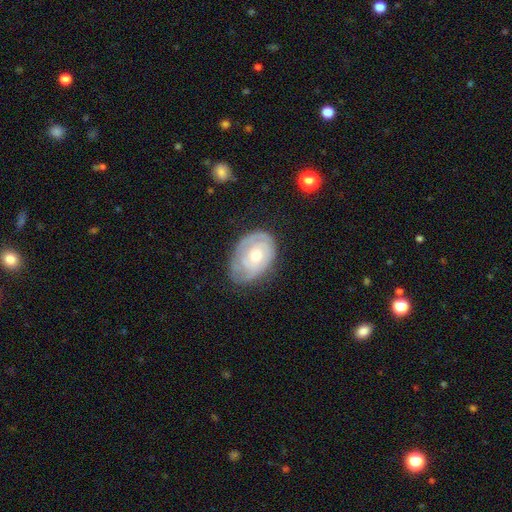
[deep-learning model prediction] A featured or disk galaxy (68%) with no bar (80%), tight (71%) spiral arms (78%) and a moderate central bulge (54%).

Vote fractions:
- Smooth or featured? featured or disk: 68% / smooth: 26% / star or artifact: 6%
- Edge-on disk? no: 95% / yes: 5%
- Bar? no: 80% / weak: 17% / strong: 3%
- Spiral arms? yes: 78% / no: 22%
- Spiral winding? tight: 71% / medium: 21% / loose: 7%
- Spiral arm count? can't tell: 48% / 2: 25% / 1: 11% / 3: 9% / 4: 3% / more than 4: 3%
- Bulge size? moderate: 54% / small: 41% / large: 3% / none: 1% / dominant: 1%
- Merging? none: 66% / minor disturbance: 25% / major disturbance: 8% / merger: 1%